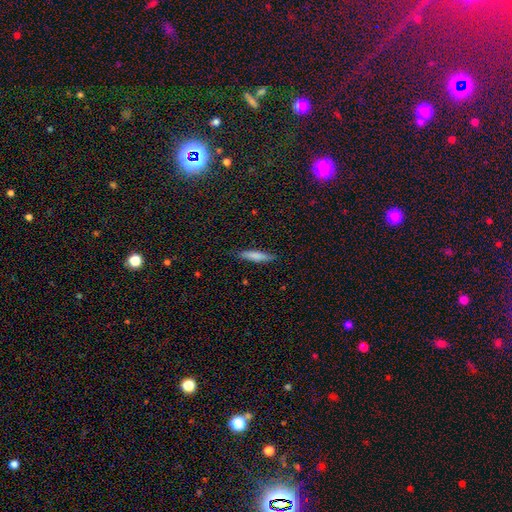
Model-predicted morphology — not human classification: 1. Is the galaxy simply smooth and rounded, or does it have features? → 77% smooth, 16% featured or disk, 6% star or artifact.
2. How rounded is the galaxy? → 81% cigar-shaped, 17% in between, 1% round.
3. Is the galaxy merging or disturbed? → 84% none, 12% minor disturbance, 2% major disturbance, 1% merger.